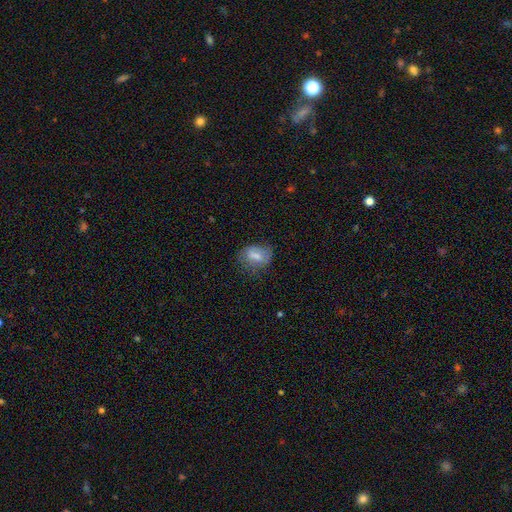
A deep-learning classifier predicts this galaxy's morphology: This is likely a smooth galaxy (67%). How rounded: likely in between (74%). Merging: possibly none (58%).